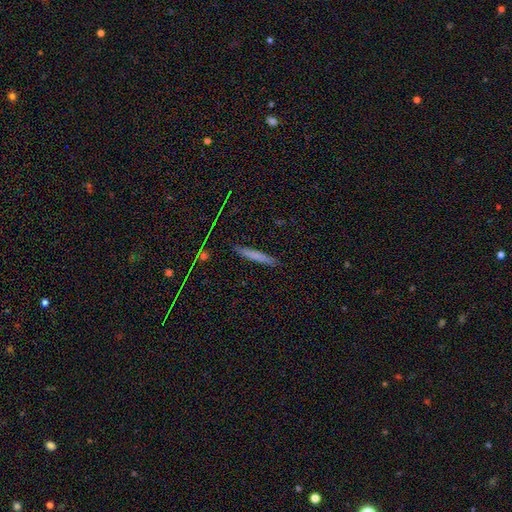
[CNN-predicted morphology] smooth_or_featured: smooth (p=0.70) [alt: featured or disk p=0.20]
how_rounded: cigar-shaped (p=0.95) [alt: in between p=0.04]
merging: none (p=0.88) [alt: minor disturbance p=0.09]